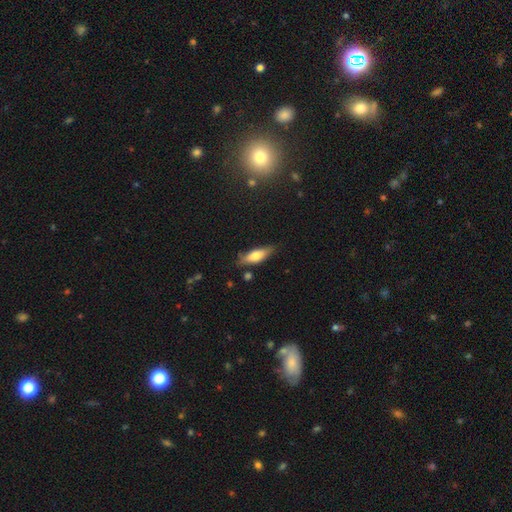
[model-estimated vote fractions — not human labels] Smooth or featured: smooth — 67% (featured or disk — 26%)
How rounded: in between — 57% (cigar-shaped — 41%)
Merging: none — 74% (minor disturbance — 19%)